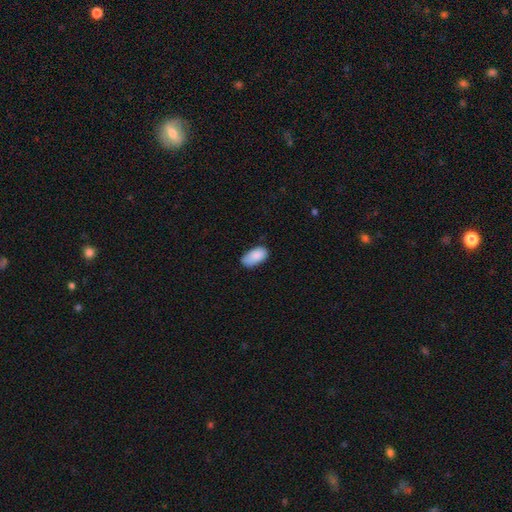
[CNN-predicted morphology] smooth_or_featured: smooth (p=0.87) [alt: star or artifact p=0.07]
how_rounded: in between (p=0.95) [alt: round p=0.03]
merging: none (p=0.61) [alt: minor disturbance p=0.31]